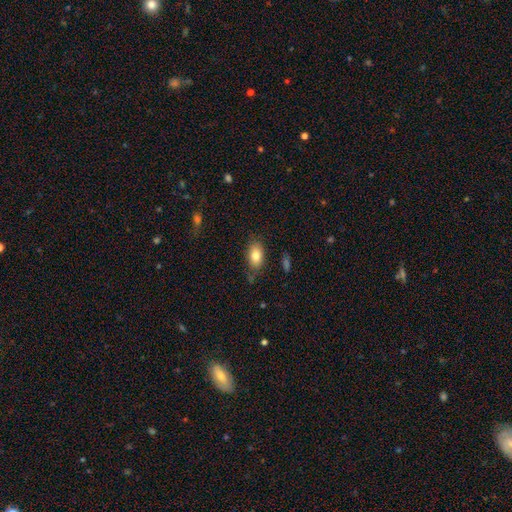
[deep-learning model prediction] smooth-or-featured: smooth: 82% | featured or disk: 10% | star or artifact: 8%
  how-rounded: in between: 89% | round: 9% | cigar-shaped: 3%
  merging: none: 73% | minor disturbance: 19% | major disturbance: 5% | merger: 3%